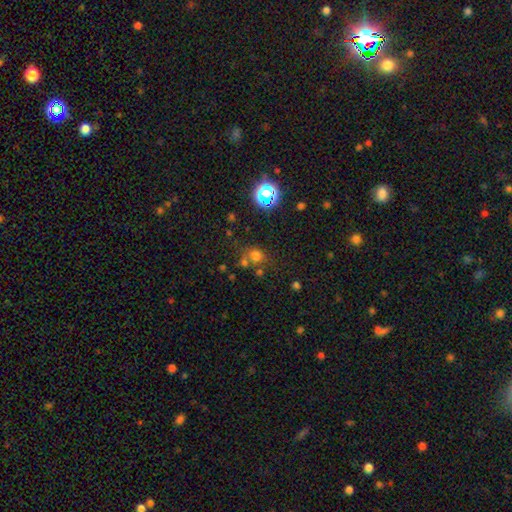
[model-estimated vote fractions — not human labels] Overall: smooth (65%; star or artifact 26%). How rounded: round (76%). Merging: none (56%; merger 23%).